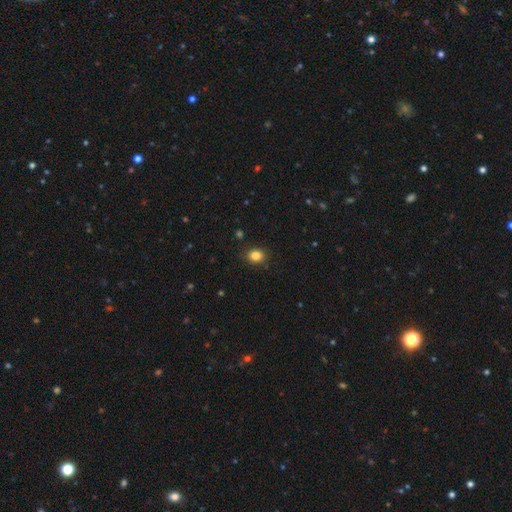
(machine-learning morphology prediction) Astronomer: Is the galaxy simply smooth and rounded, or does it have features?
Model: smooth — 84%.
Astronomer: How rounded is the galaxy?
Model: round — 56% (runner-up: in between, 43%).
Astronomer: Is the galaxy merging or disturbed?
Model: none — 87%.